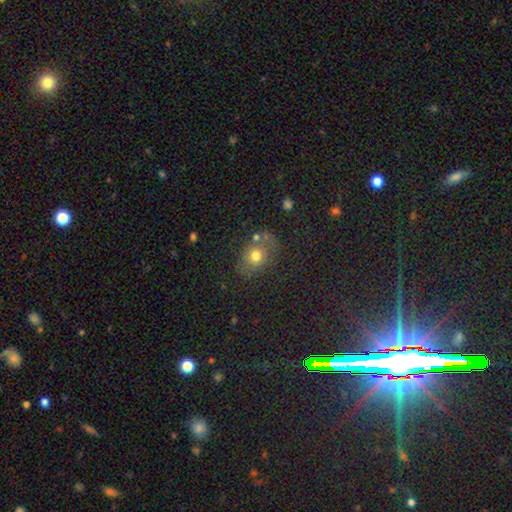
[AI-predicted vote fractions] Q: Smooth or featured?
A: smooth (69%); runner-up: star or artifact (16%)
Q: How rounded?
A: round (61%); runner-up: in between (38%)
Q: Merging?
A: none (68%); runner-up: minor disturbance (18%)